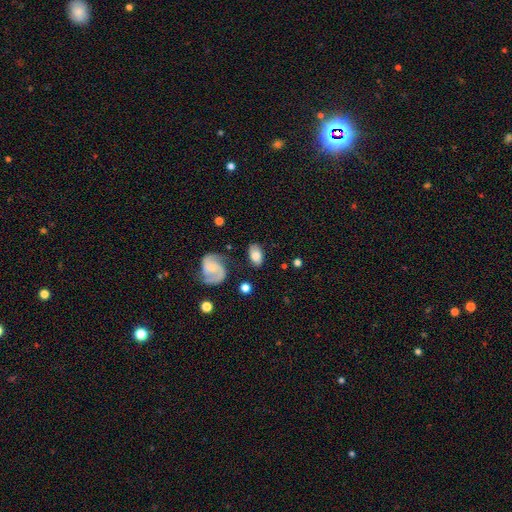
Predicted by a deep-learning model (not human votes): smooth_or_featured: smooth (p=0.62) [alt: featured or disk p=0.30]
how_rounded: in between (p=0.88) [alt: round p=0.10]
merging: none (p=0.66) [alt: minor disturbance p=0.21]